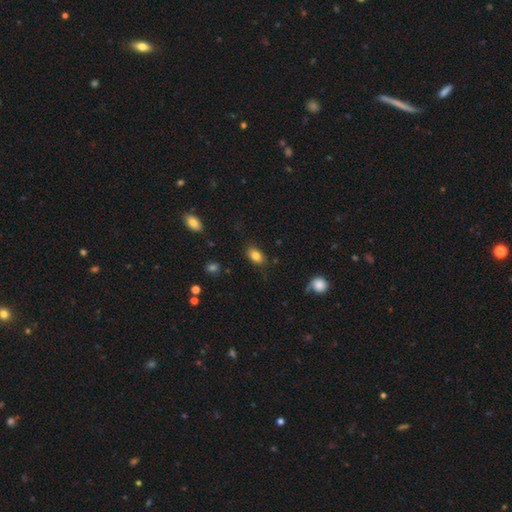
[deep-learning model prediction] Smooth or featured? Predicted: smooth (p=0.82). How rounded? Predicted: in between (p=0.86). Merging? Predicted: none (p=0.82).